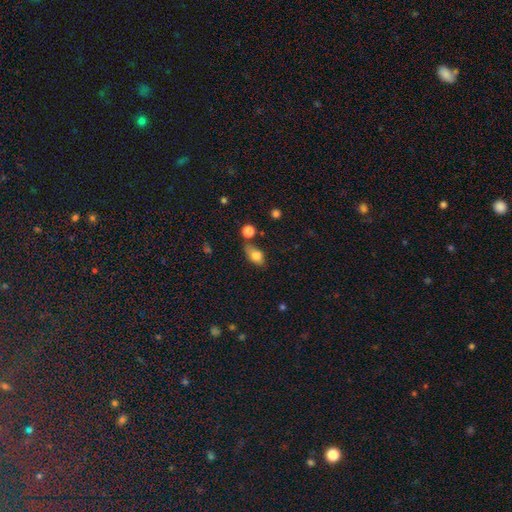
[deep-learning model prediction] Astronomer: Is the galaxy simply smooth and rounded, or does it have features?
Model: smooth — 78%.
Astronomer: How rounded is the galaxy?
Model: in between — 85%.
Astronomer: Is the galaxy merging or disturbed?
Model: none — 60%.